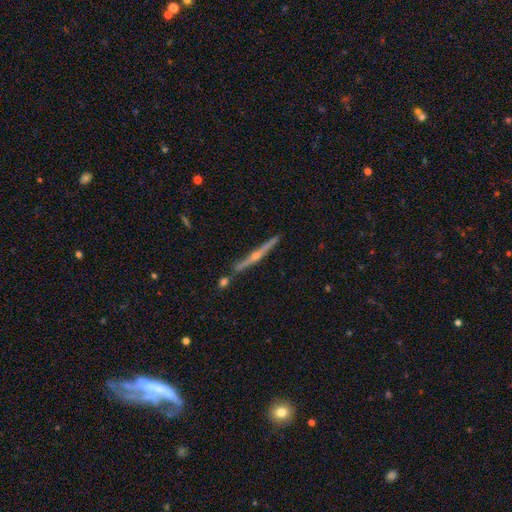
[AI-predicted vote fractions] The model was most divided on "smooth or featured": featured or disk: 82%, smooth: 12%, star or artifact: 7%. More confident: edge-on disk — yes (98%); merging — none (84%); edge-on bulge — rounded (84%).